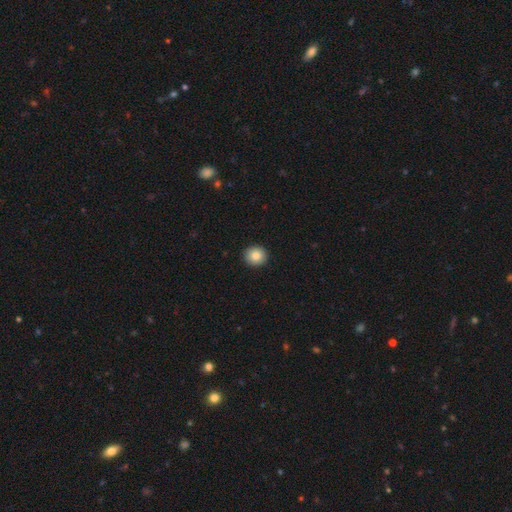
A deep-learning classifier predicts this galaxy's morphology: A smooth galaxy with no disk features (85%) that is round (88%). Merging: none (92%).